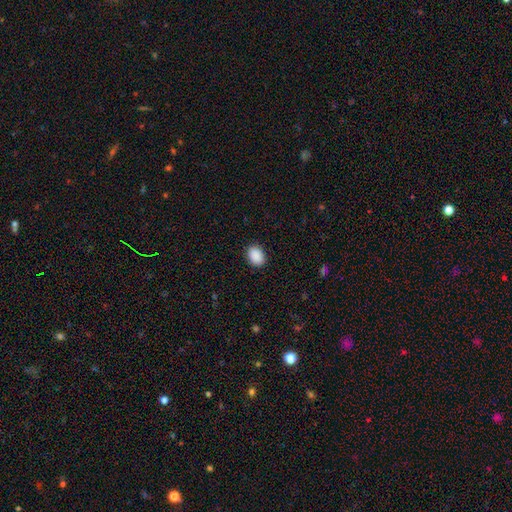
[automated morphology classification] This appears to be a smooth galaxy with no disk features (91%) that is in between round and cigar-shaped (76%). Merging: none (89%).